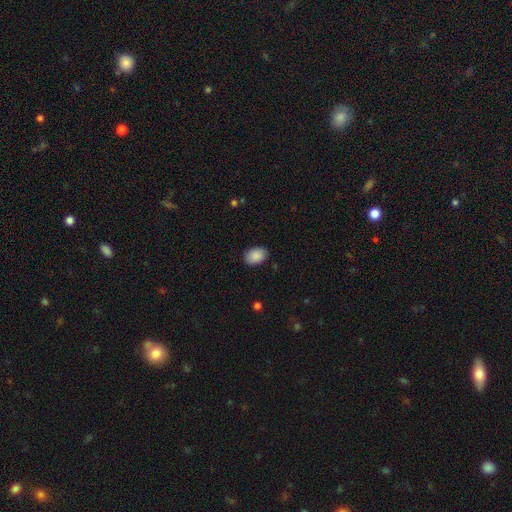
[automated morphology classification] Smooth or featured?
  - smooth: 90% *
  - star or artifact: 7%
  - featured or disk: 4%
How rounded?
  - in between: 82% *
  - round: 18%
  - cigar-shaped: 1%
Merging?
  - none: 87% *
  - minor disturbance: 10%
  - major disturbance: 2%
  - merger: 1%